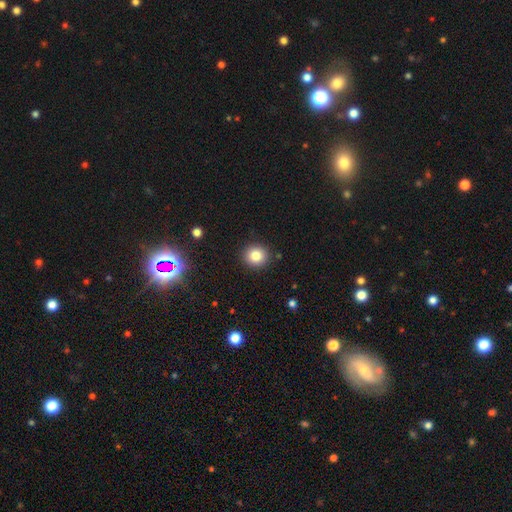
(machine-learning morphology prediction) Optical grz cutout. It shows a smooth galaxy with no disk features (83%) that is round (86%). Merging: none (90%).